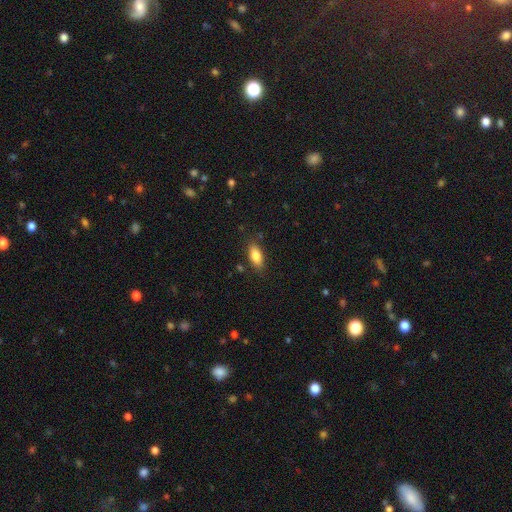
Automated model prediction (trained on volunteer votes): smooth_or_featured: smooth (p=0.83) [alt: featured or disk p=0.10]
how_rounded: in between (p=0.81) [alt: cigar-shaped p=0.16]
merging: none (p=0.83) [alt: minor disturbance p=0.13]